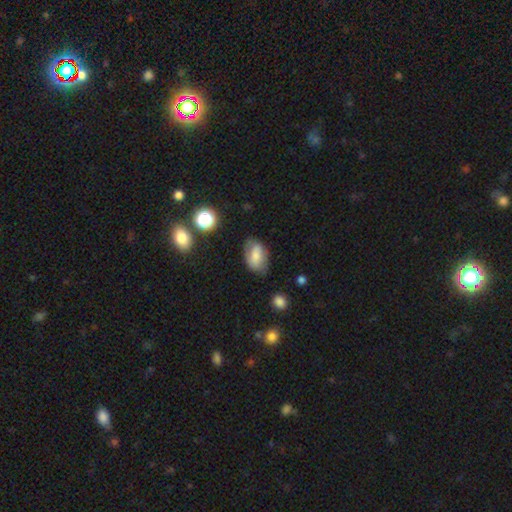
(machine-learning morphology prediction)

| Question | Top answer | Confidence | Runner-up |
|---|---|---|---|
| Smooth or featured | smooth | 71% | featured or disk (20%) |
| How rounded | in between | 88% | round (11%) |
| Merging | none | 66% | minor disturbance (24%) |